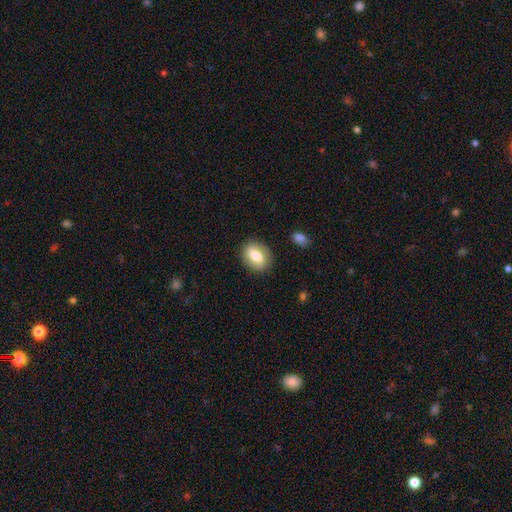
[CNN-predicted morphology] A smooth galaxy with no disk features (65%) that is in between round and cigar-shaped (65%). Merging: none (85%).